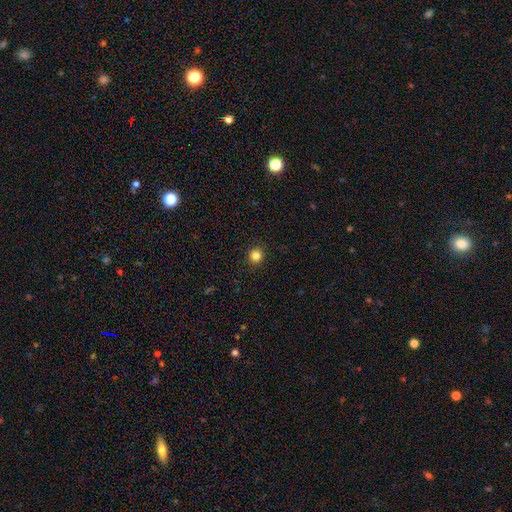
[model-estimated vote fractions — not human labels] Smooth or featured? Predicted: smooth (p=0.84). How rounded? Predicted: round (p=0.91). Merging? Predicted: none (p=0.92).